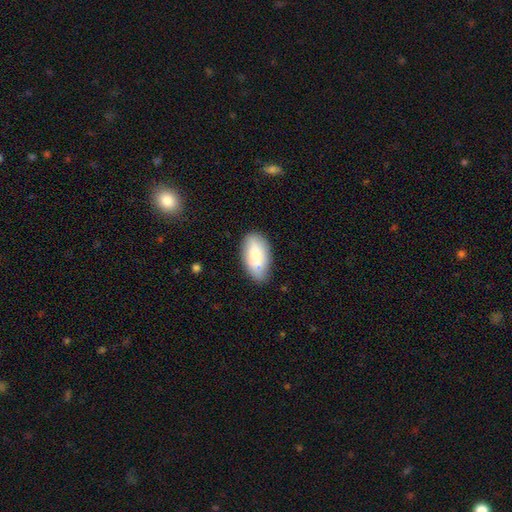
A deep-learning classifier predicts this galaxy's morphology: Q: Smooth or featured?
A: smooth (78%); runner-up: featured or disk (15%)
Q: How rounded?
A: in between (94%); runner-up: round (3%)
Q: Merging?
A: none (70%); runner-up: minor disturbance (22%)